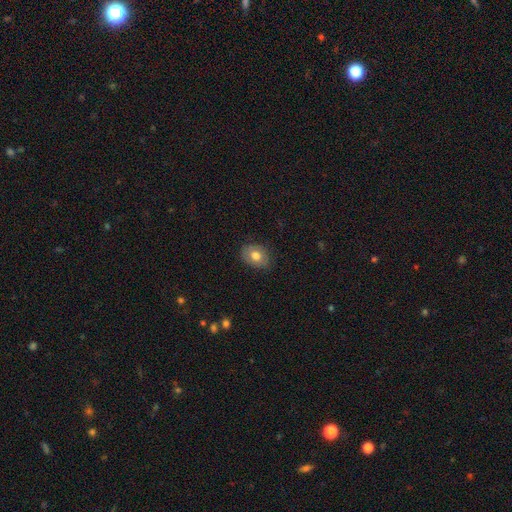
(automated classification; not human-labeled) smooth 76%, featured or disk 16%, star or artifact 8%. Down the decision tree: how rounded — in between (64%); merging — none (83%).